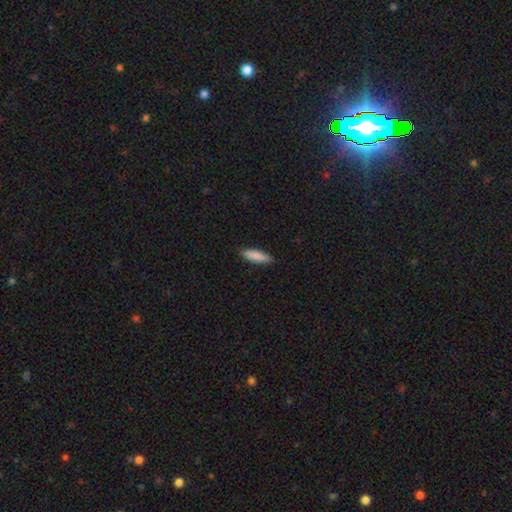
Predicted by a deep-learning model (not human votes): smooth_or_featured: smooth (p=0.86) [alt: featured or disk p=0.08]
how_rounded: cigar-shaped (p=0.66) [alt: in between p=0.33]
merging: none (p=0.87) [alt: minor disturbance p=0.10]